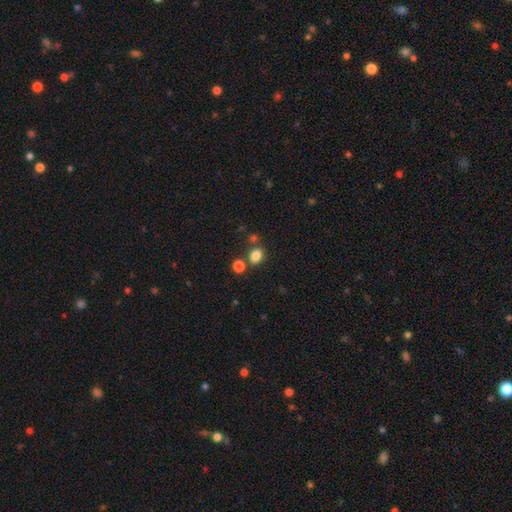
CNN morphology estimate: Smooth or featured? smooth (83%)
How rounded? in between (62%)
Merging? none (70%)